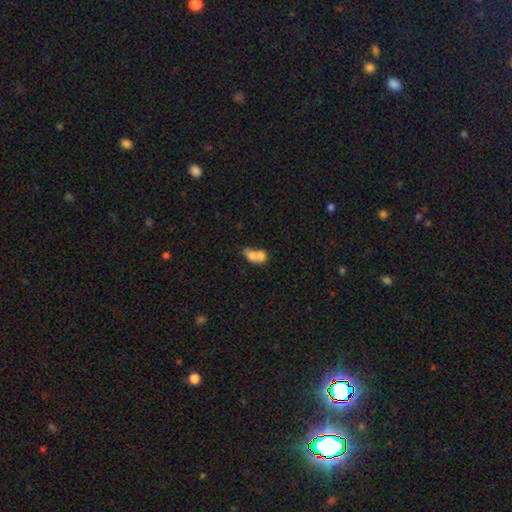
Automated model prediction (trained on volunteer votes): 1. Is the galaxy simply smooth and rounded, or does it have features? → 68% smooth, 23% featured or disk, 9% star or artifact.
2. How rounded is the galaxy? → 69% in between, 28% round, 3% cigar-shaped.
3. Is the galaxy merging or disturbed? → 71% merger, 15% none, 8% minor disturbance, 6% major disturbance.